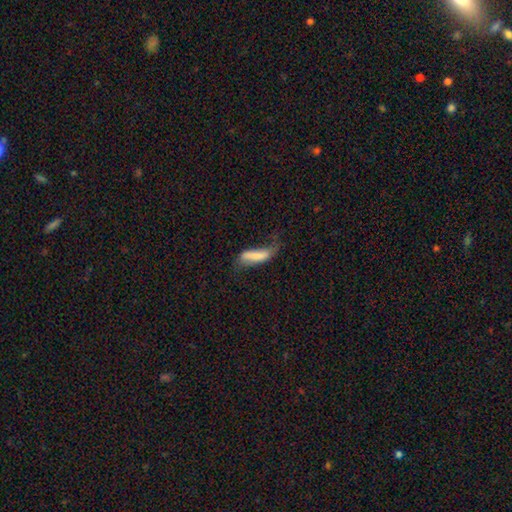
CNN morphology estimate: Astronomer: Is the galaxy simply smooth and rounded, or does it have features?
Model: smooth — 58% (runner-up: featured or disk, 34%).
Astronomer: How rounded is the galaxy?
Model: cigar-shaped — 57% (runner-up: in between, 40%).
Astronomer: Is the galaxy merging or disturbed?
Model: none — 34% (runner-up: major disturbance, 31%).